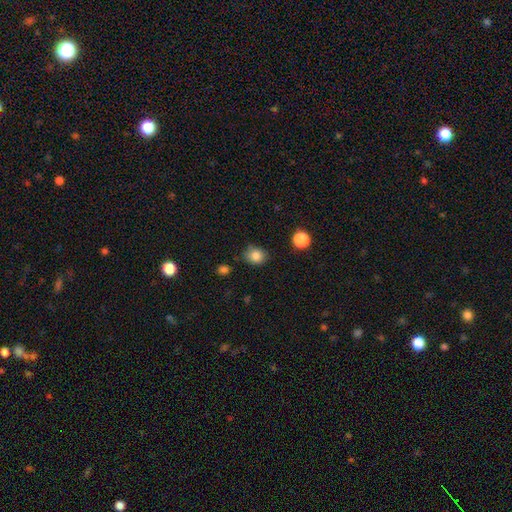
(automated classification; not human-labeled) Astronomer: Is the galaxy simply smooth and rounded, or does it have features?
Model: smooth — 84%.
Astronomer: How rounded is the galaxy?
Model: round — 67%.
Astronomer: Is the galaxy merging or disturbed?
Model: none — 77%.